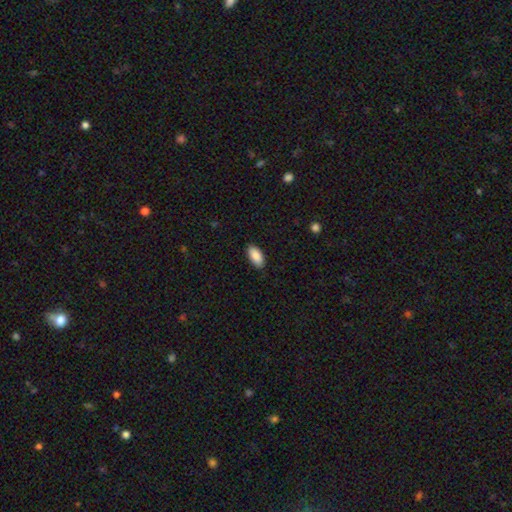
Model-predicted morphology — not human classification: The model was most divided on "merging": none: 88%, minor disturbance: 9%, major disturbance: 2%, merger: 1%. More confident: how rounded — in between (93%); smooth or featured — smooth (90%).